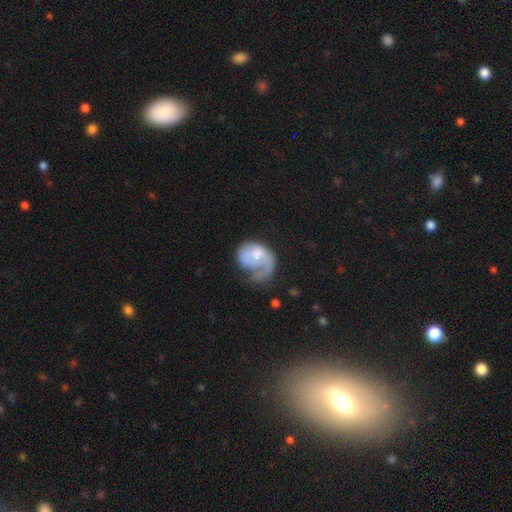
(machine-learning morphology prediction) Smooth or featured: featured or disk — 54% (smooth — 40%)
Edge-on disk: no — 98% (yes — 2%)
Bar: no — 75% (weak — 22%)
Spiral arms: yes — 72% (no — 28%)
Bulge size: moderate — 36% (small — 34%)
Merging: major disturbance — 51% (none — 23%)